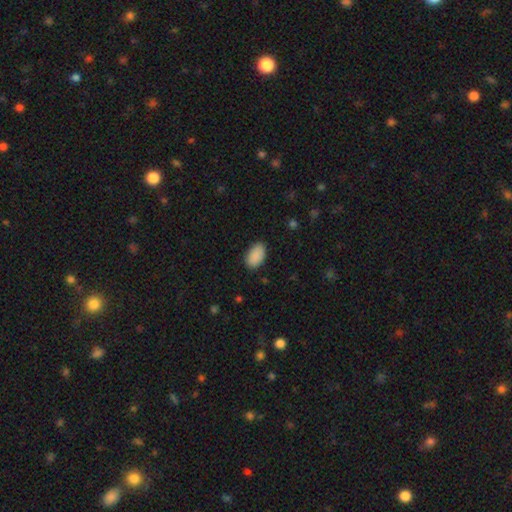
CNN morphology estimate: A smooth galaxy with no disk features (90%) that is in between round and cigar-shaped (93%). Merging: none (84%).